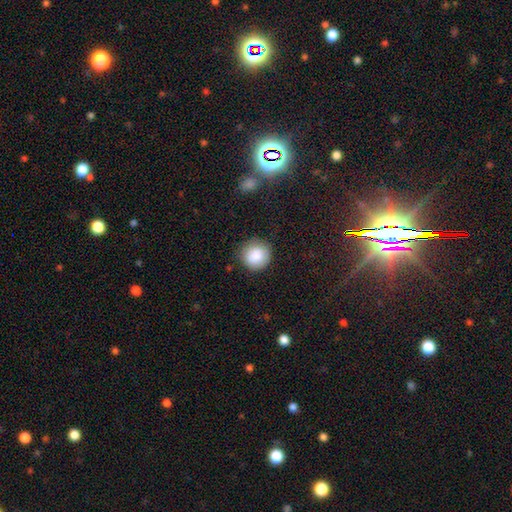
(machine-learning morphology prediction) This is clearly a smooth galaxy (86%). How rounded: clearly round (94%). Merging: clearly none (85%).